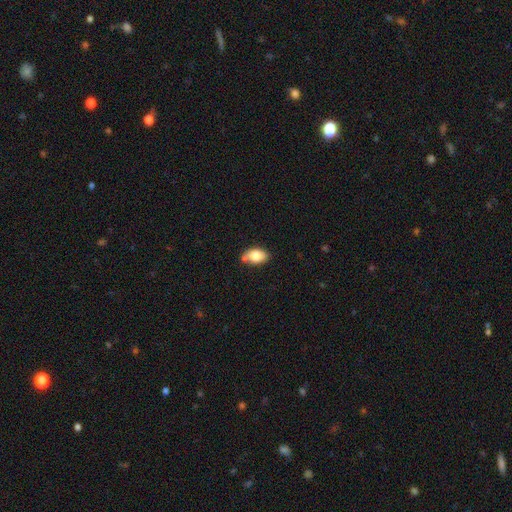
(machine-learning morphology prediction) A smooth galaxy with no disk features (80%) that is in between round and cigar-shaped (88%).

Vote fractions:
- Smooth or featured? smooth: 80% / featured or disk: 12% / star or artifact: 8%
- How rounded? in between: 88% / round: 11% / cigar-shaped: 2%
- Merging? none: 65% / minor disturbance: 20% / merger: 11% / major disturbance: 4%